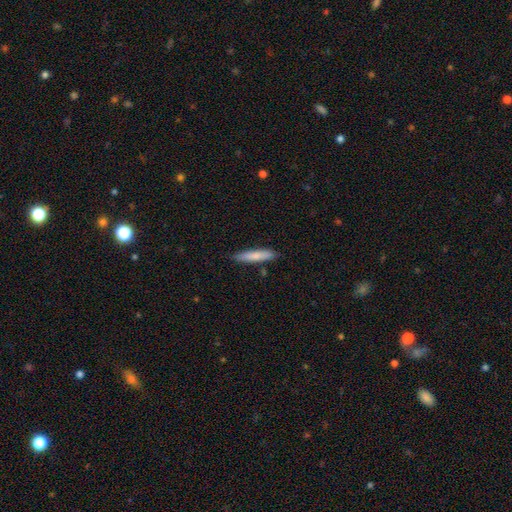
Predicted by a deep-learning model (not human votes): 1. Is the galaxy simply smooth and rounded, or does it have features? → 78% smooth, 16% featured or disk, 6% star or artifact.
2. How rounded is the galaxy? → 87% cigar-shaped, 11% in between, 1% round.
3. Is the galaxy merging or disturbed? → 86% none, 10% minor disturbance, 2% merger, 2% major disturbance.